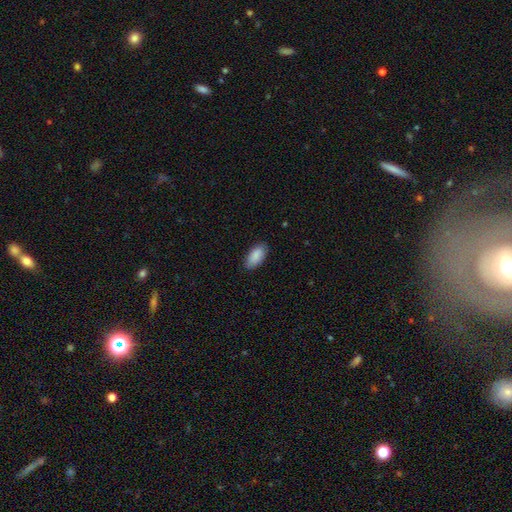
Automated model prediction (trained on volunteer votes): A smooth galaxy with no disk features (90%) that is in between round and cigar-shaped (93%).

Vote fractions:
- Smooth or featured? smooth: 90% / star or artifact: 6% / featured or disk: 4%
- How rounded? in between: 93% / cigar-shaped: 5% / round: 2%
- Merging? none: 87% / minor disturbance: 10% / major disturbance: 2% / merger: 1%